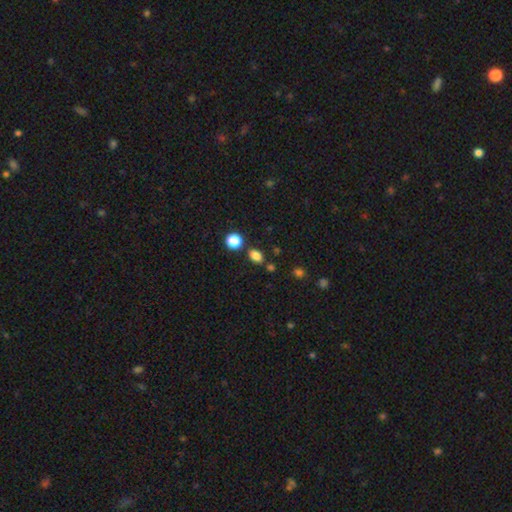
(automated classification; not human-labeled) smooth-or-featured: smooth: 83% | star or artifact: 13% | featured or disk: 4%
  how-rounded: in between: 72% | round: 26% | cigar-shaped: 2%
  merging: none: 78% | minor disturbance: 11% | merger: 8% | major disturbance: 3%